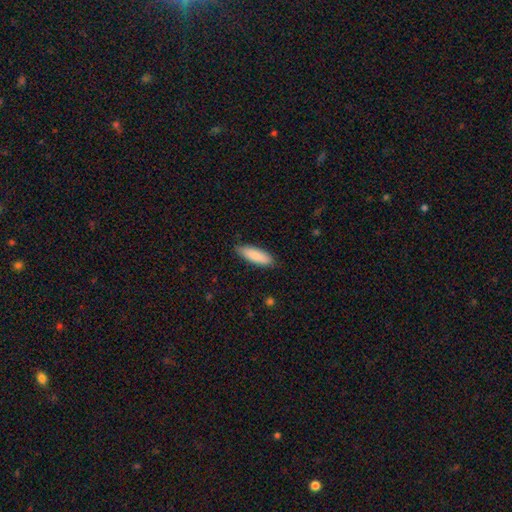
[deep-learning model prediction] Smooth or featured: smooth — 86% (featured or disk — 9%)
How rounded: in between — 56% (cigar-shaped — 43%)
Merging: none — 85% (minor disturbance — 12%)